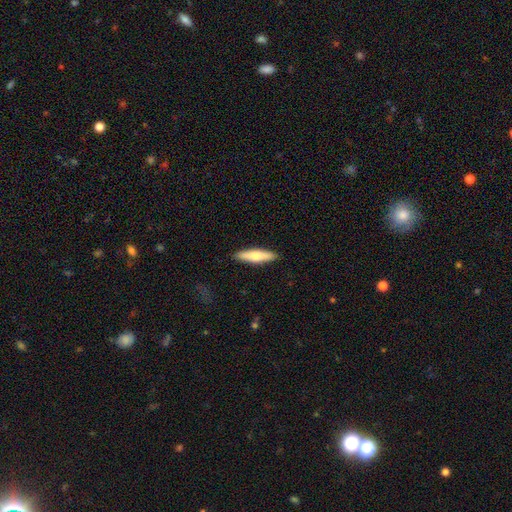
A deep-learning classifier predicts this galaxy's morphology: A smooth galaxy with no disk features (63%) that is cigar-shaped (74%).

Vote fractions:
- Smooth or featured? smooth: 63% / featured or disk: 31% / star or artifact: 5%
- How rounded? cigar-shaped: 74% / in between: 24% / round: 2%
- Merging? none: 90% / minor disturbance: 7% / major disturbance: 2% / merger: 1%